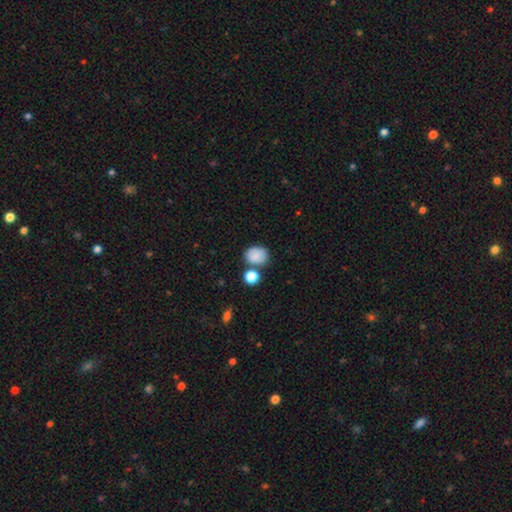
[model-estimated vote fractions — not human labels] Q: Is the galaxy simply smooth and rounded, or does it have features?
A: smooth — 82%.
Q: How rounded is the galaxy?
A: round — 52%.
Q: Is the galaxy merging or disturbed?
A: none — 65%.